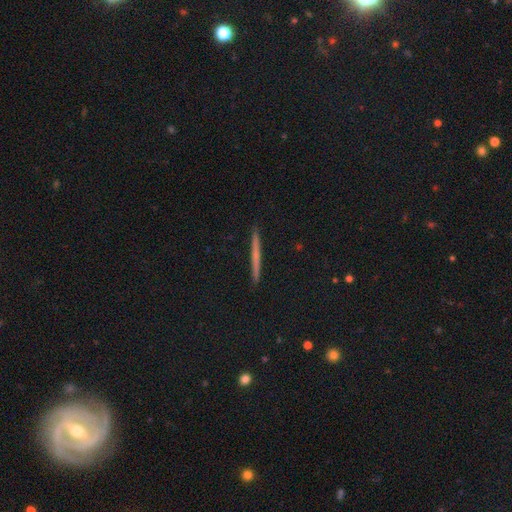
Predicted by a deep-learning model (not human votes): smooth 49%, featured or disk 43%, star or artifact 8%. Down the decision tree: merging — none (93%).